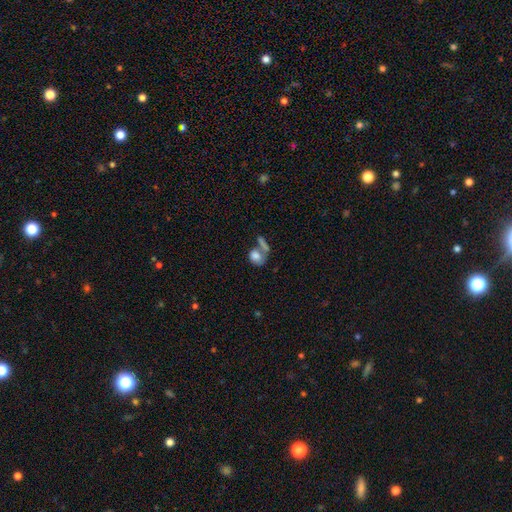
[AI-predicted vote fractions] Q: Smooth or featured?
A: smooth (73%); runner-up: featured or disk (17%)
Q: How rounded?
A: in between (55%); runner-up: round (42%)
Q: Merging?
A: merger (44%); runner-up: none (31%)